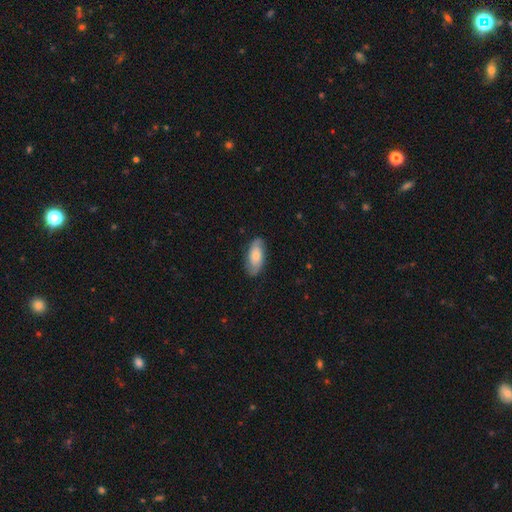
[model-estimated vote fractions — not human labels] Smooth or featured? Predicted: smooth (p=0.59). How rounded? Predicted: in between (p=0.88). Merging? Predicted: none (p=0.81).